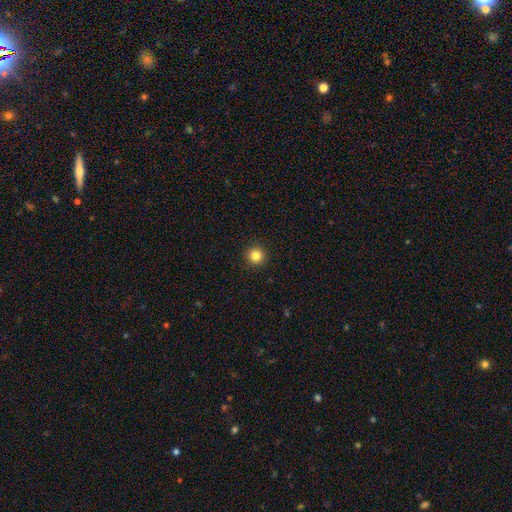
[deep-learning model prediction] Smooth or featured? smooth (84%)
How rounded? round (96%)
Merging? none (93%)